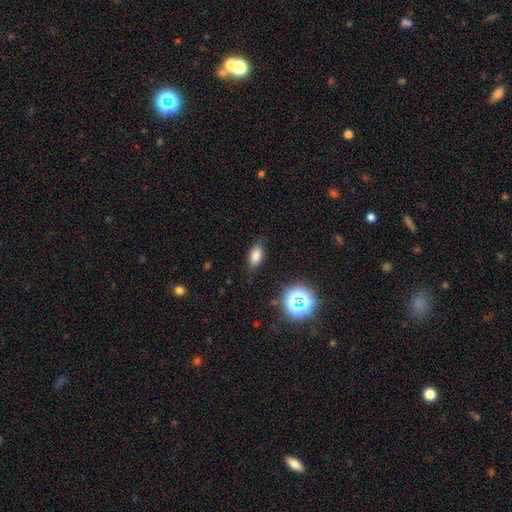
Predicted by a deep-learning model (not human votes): smooth 78%, star or artifact 14%, featured or disk 8%. Down the decision tree: how rounded — in between (86%); merging — none (84%).